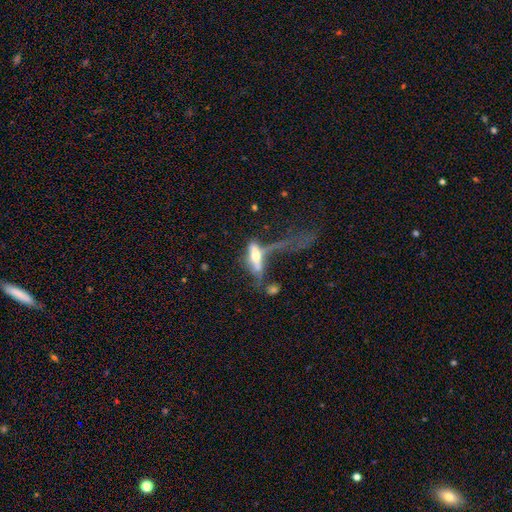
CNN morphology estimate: A featured or disk galaxy (48%).

Vote fractions:
- Smooth or featured? featured or disk: 48% / smooth: 42% / star or artifact: 10%
- Merging? major disturbance: 49% / merger: 24% / none: 15% / minor disturbance: 12%